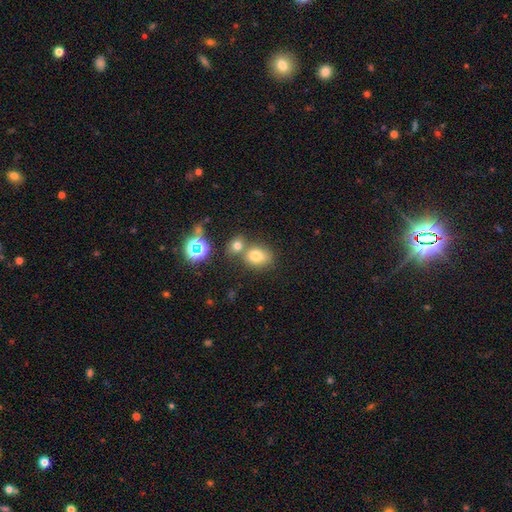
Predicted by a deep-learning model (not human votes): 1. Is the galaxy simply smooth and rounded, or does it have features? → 73% smooth, 17% star or artifact, 10% featured or disk.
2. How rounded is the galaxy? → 50% in between, 49% round, 1% cigar-shaped.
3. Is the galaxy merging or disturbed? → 51% none, 33% merger, 11% minor disturbance, 4% major disturbance.